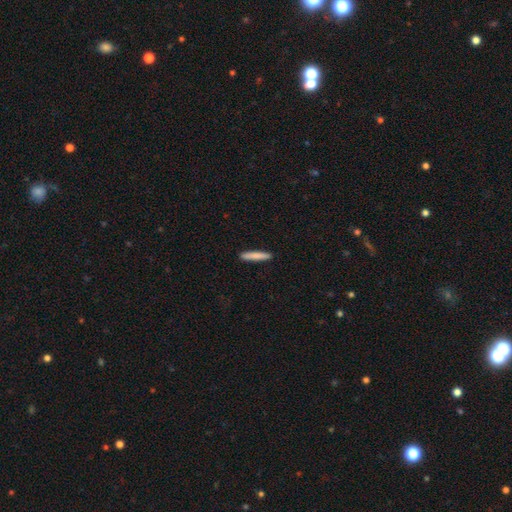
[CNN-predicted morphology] smooth-or-featured: smooth: 83% | featured or disk: 12% | star or artifact: 6%
  how-rounded: cigar-shaped: 93% | in between: 6% | round: 1%
  merging: none: 91% | minor disturbance: 6% | major disturbance: 1% | merger: 1%